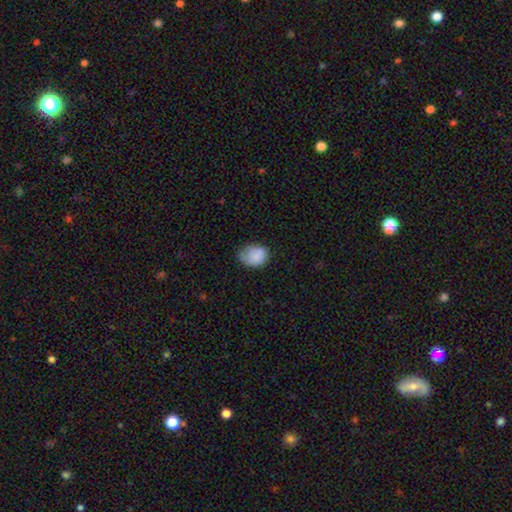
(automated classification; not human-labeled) This appears to be a smooth galaxy with no disk features (81%) that is in between round and cigar-shaped (59%). Merging: none (44%).